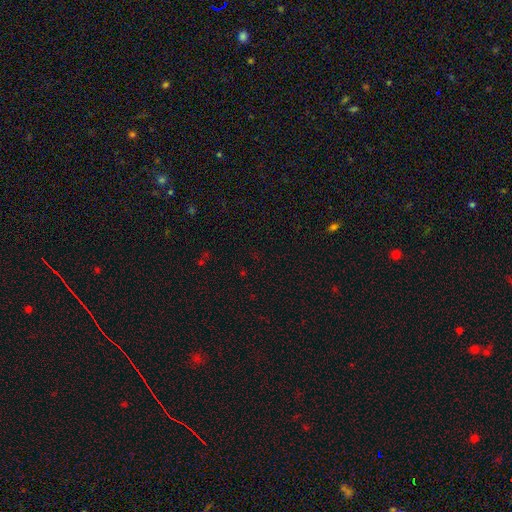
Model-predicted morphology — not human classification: A star or artifact, not a galaxy (69%).

Vote fractions:
- Smooth or featured? star or artifact: 69% / smooth: 24% / featured or disk: 7%